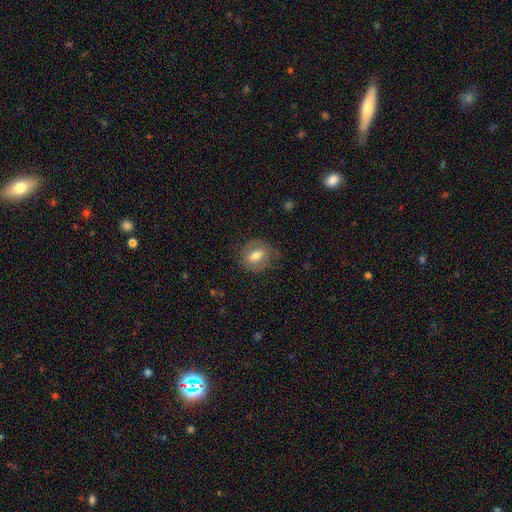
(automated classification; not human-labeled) The model was most divided on "how rounded": in between: 53%, round: 45%, cigar-shaped: 2%. More confident: merging — none (76%); smooth or featured — smooth (64%).